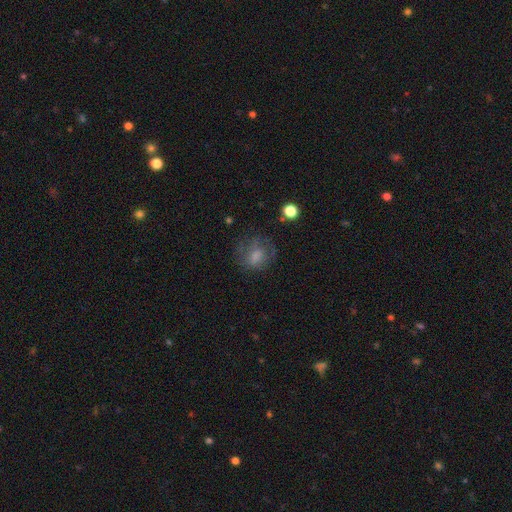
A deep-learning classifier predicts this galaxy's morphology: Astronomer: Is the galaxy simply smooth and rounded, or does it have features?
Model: smooth — 63%.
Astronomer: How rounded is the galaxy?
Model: round — 65%.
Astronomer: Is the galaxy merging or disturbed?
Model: none — 57%.